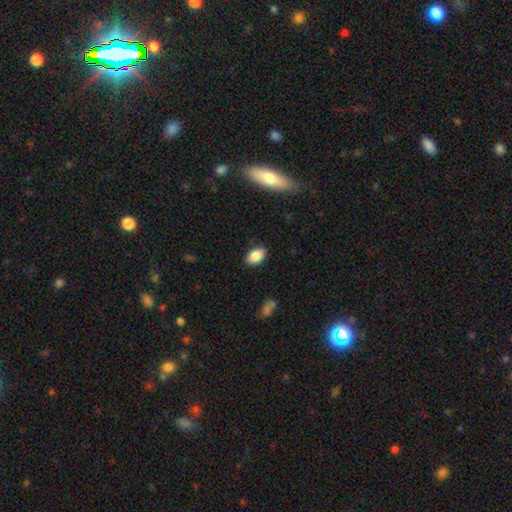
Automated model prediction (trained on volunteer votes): Q: Smooth or featured?
A: smooth (86%); runner-up: star or artifact (8%)
Q: How rounded?
A: in between (89%); runner-up: round (9%)
Q: Merging?
A: none (86%); runner-up: minor disturbance (11%)